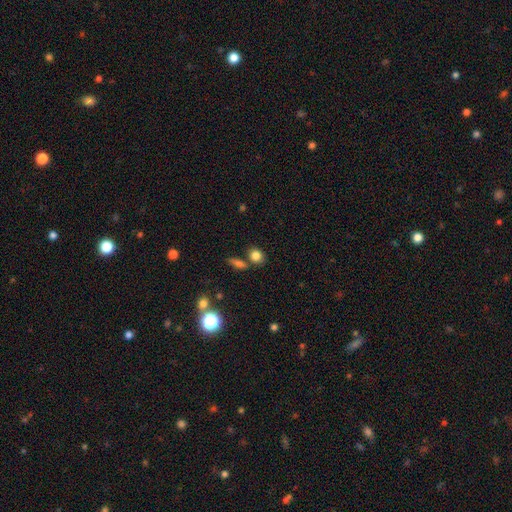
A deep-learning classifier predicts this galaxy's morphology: smooth_or_featured: smooth (p=0.81) [alt: star or artifact p=0.12]
how_rounded: round (p=0.62) [alt: in between p=0.36]
merging: none (p=0.69) [alt: merger p=0.17]